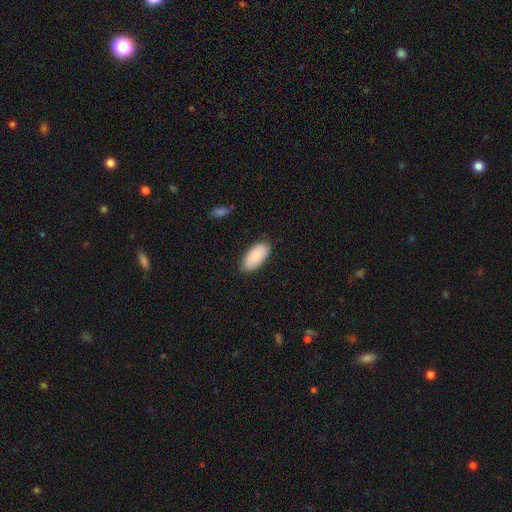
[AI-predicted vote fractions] smooth_or_featured: smooth (p=0.87) [alt: featured or disk p=0.07]
how_rounded: in between (p=0.93) [alt: cigar-shaped p=0.05]
merging: none (p=0.79) [alt: minor disturbance p=0.17]